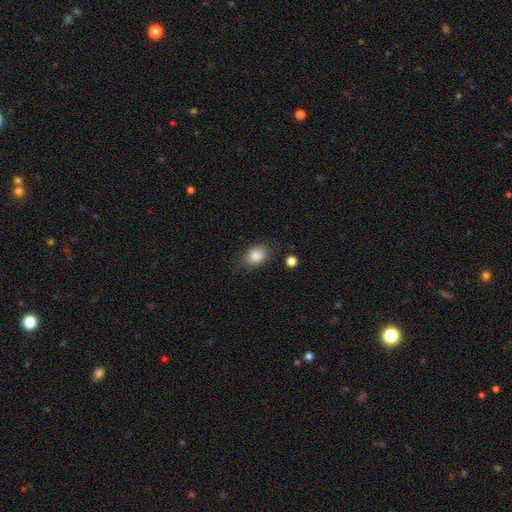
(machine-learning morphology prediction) This is clearly a smooth galaxy (85%). How rounded: likely in between (71%). Merging: clearly none (81%).